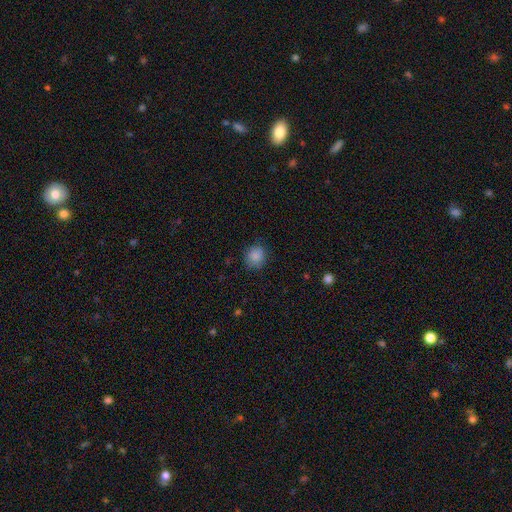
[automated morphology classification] Smooth or featured? Predicted: smooth (p=0.86). How rounded? Predicted: round (p=0.84). Merging? Predicted: none (p=0.82).